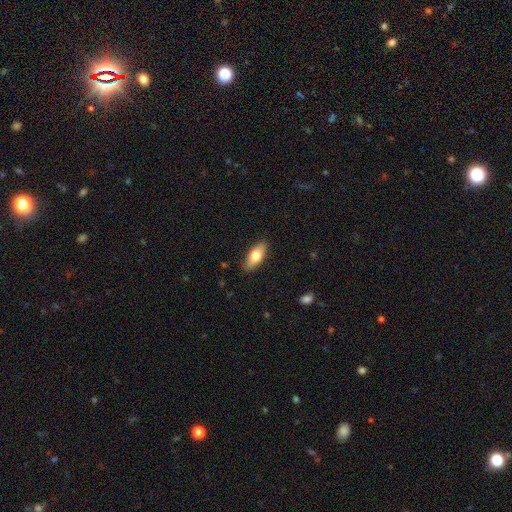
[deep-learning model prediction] This is likely a smooth galaxy (71%). How rounded: likely in between (78%). Merging: clearly none (88%).